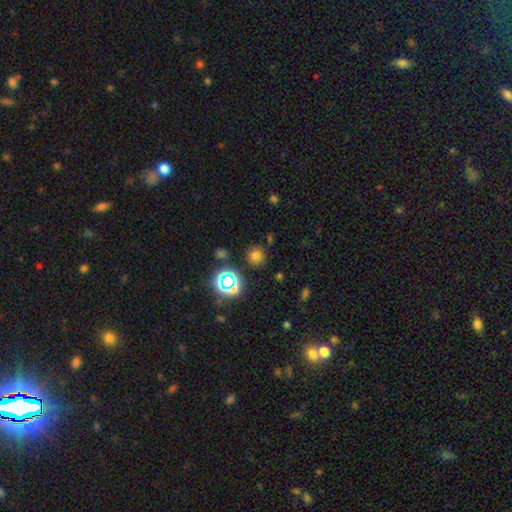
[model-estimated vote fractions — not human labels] smooth-or-featured: smooth: 69% | star or artifact: 24% | featured or disk: 7%
  how-rounded: round: 89% | in between: 10% | cigar-shaped: 1%
  merging: none: 84% | minor disturbance: 9% | merger: 4% | major disturbance: 3%